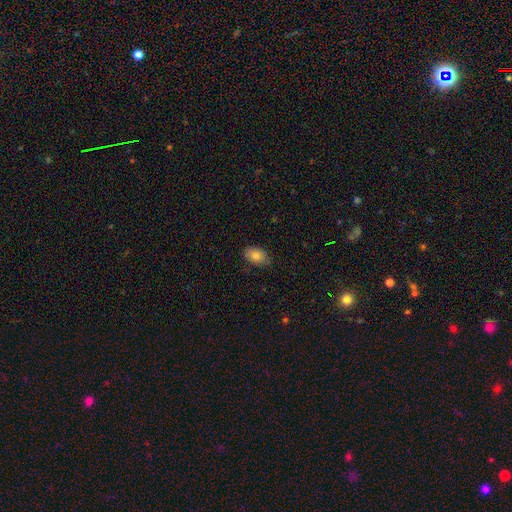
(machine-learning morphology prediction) Overall: smooth (80%). How rounded: in between (87%). Merging: none (80%).